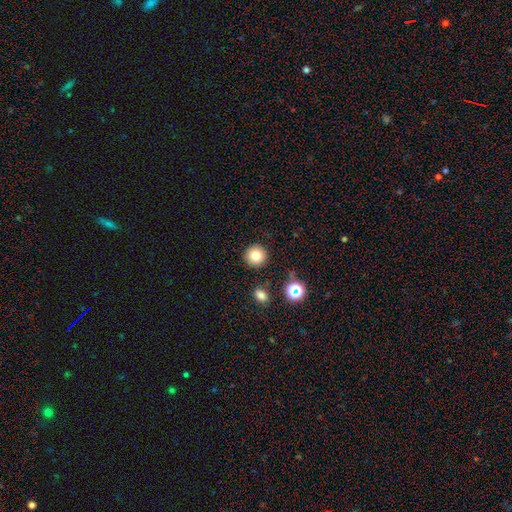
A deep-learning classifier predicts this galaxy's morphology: Q: Smooth or featured?
A: smooth (80%); runner-up: star or artifact (13%)
Q: How rounded?
A: round (95%); runner-up: in between (4%)
Q: Merging?
A: none (89%); runner-up: minor disturbance (6%)